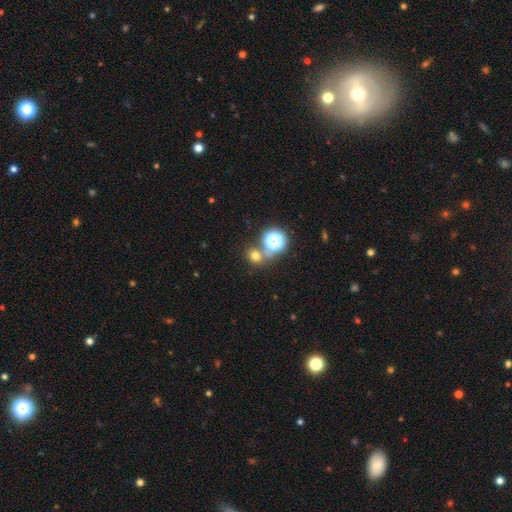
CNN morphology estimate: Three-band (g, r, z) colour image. It shows a smooth galaxy with no disk features (65%) that is round (78%). Merging: none (69%).